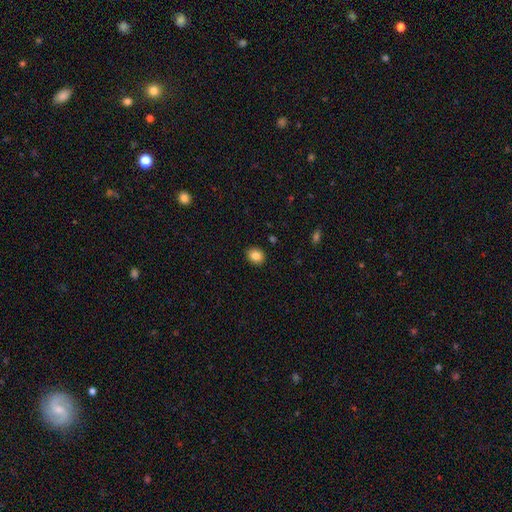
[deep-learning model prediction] smooth_or_featured: smooth (p=0.85) [alt: star or artifact p=0.10]
how_rounded: round (p=0.59) [alt: in between p=0.40]
merging: none (p=0.90) [alt: minor disturbance p=0.07]